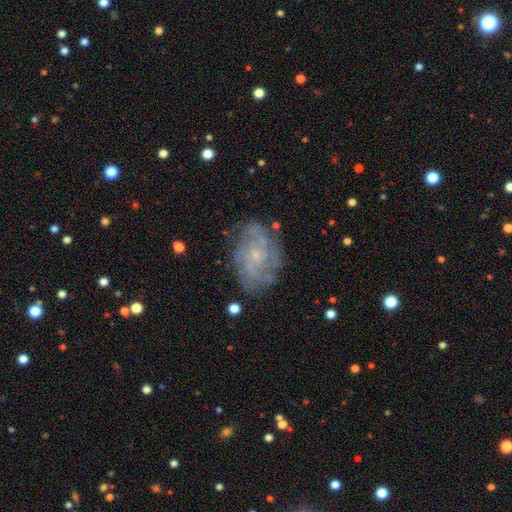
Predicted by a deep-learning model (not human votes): smooth_or_featured: featured or disk (p=0.77) [alt: smooth p=0.14]
disk_edge_on: no (p=0.97) [alt: yes p=0.03]
bar: no (p=0.74) [alt: weak p=0.23]
has_spiral_arms: yes (p=0.91) [alt: no p=0.09]
spiral_winding: tight (p=0.54) [alt: medium p=0.35]
spiral_arm_count: can't tell (p=0.40) [alt: 2 p=0.17]
bulge_size: small (p=0.73) [alt: moderate p=0.17]
merging: none (p=0.74) [alt: minor disturbance p=0.17]